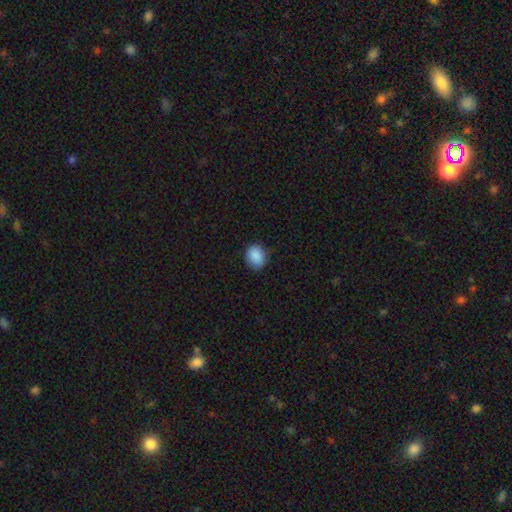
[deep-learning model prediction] This appears to be a smooth galaxy with no disk features (89%) that is round (50%). Merging: none (82%).